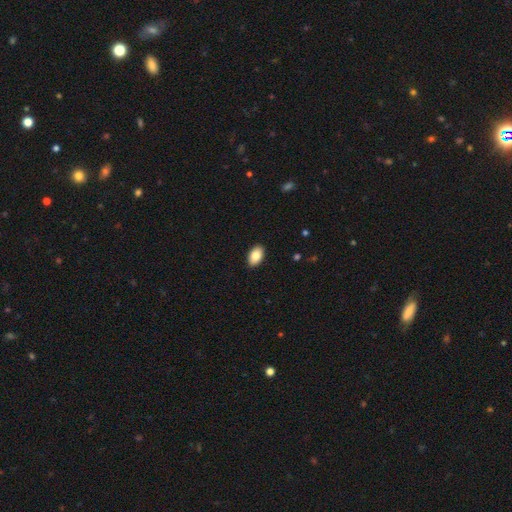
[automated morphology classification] This appears to be a smooth galaxy with no disk features (84%) that is in between round and cigar-shaped (93%). Merging: none (91%).